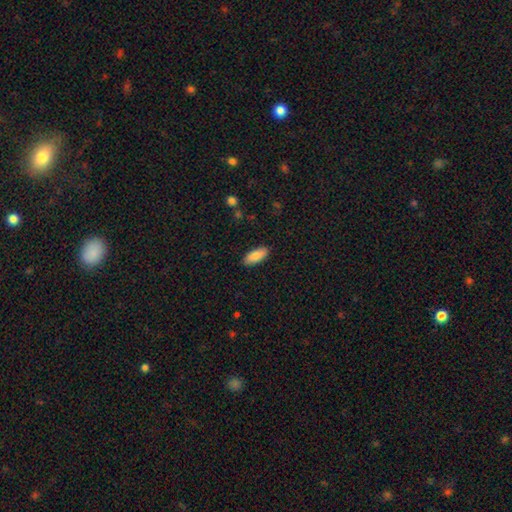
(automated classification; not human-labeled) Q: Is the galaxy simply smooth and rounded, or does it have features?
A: smooth — 86%.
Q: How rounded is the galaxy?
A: in between — 80%.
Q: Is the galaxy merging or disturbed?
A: none — 88%.